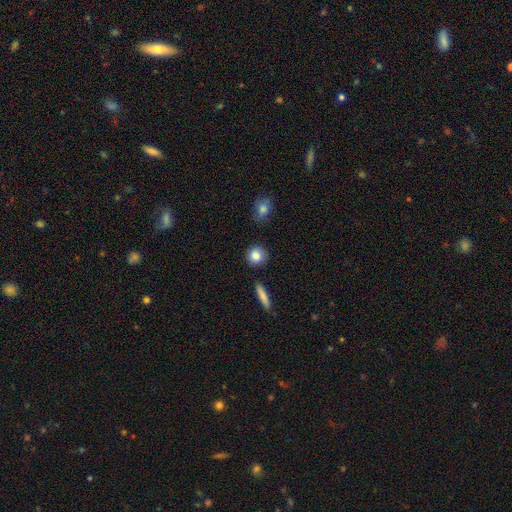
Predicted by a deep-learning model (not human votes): This appears to be a smooth galaxy with no disk features (84%) that is round (87%). Merging: none (88%).